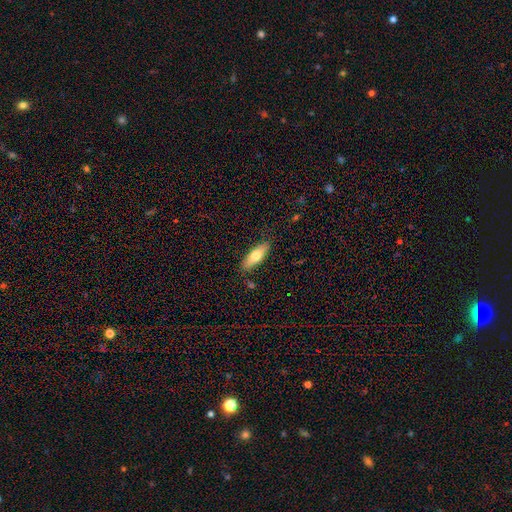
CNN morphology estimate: Smooth or featured? Predicted: smooth (p=0.70). How rounded? Predicted: in between (p=0.58). Merging? Predicted: none (p=0.85).